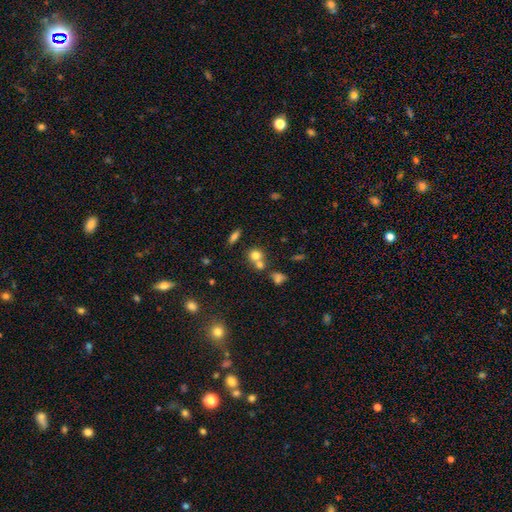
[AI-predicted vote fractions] The model was most divided on "merging": none: 48%, merger: 40%, minor disturbance: 8%, major disturbance: 4%. More confident: how rounded — round (81%); smooth or featured — smooth (73%).